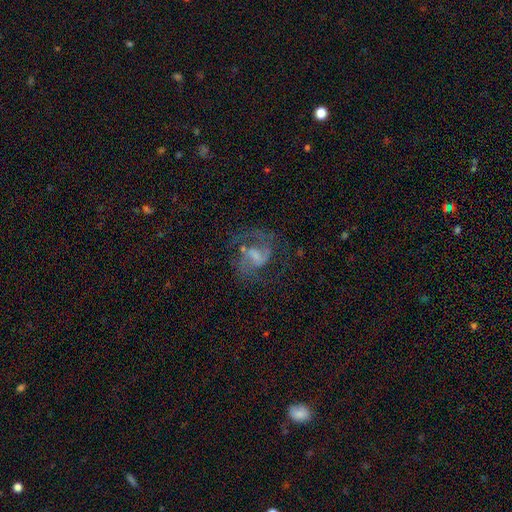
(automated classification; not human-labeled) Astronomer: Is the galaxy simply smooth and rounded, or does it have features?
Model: featured or disk — 77%.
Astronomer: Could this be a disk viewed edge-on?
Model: no — 98%.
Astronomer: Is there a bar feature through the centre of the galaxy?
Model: weak — 52% (runner-up: no, 29%).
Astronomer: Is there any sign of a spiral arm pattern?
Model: yes — 90%.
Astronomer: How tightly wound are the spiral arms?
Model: medium — 57%.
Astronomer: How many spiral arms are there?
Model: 2 — 79%.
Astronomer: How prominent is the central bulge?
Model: small — 33% (runner-up: moderate, 28%).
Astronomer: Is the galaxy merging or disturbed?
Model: none — 59%.